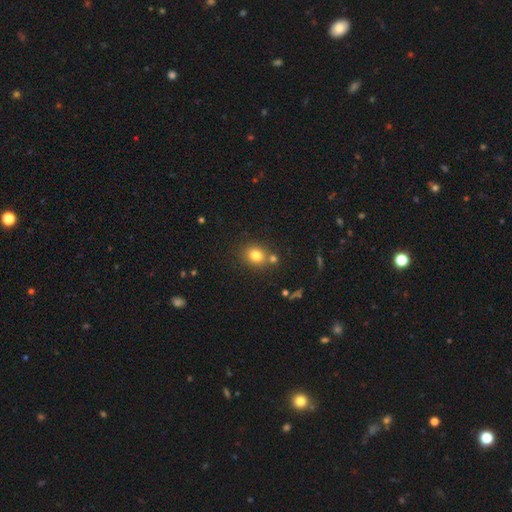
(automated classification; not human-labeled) Smooth or featured? Predicted: smooth (p=0.79). How rounded? Predicted: round (p=0.63). Merging? Predicted: none (p=0.69).